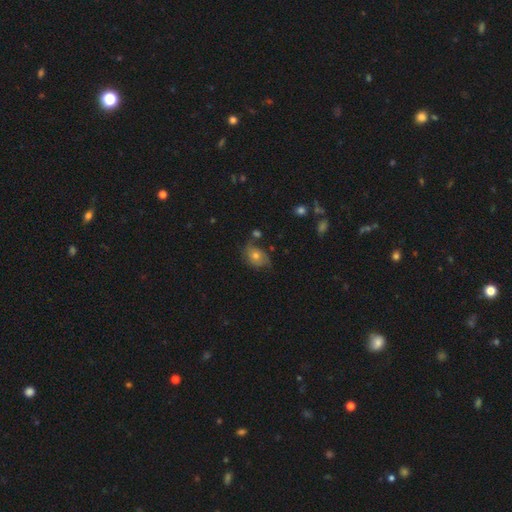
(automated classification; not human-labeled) Smooth or featured? Predicted: smooth (p=0.57). How rounded? Predicted: in between (p=0.68). Merging? Predicted: none (p=0.56).